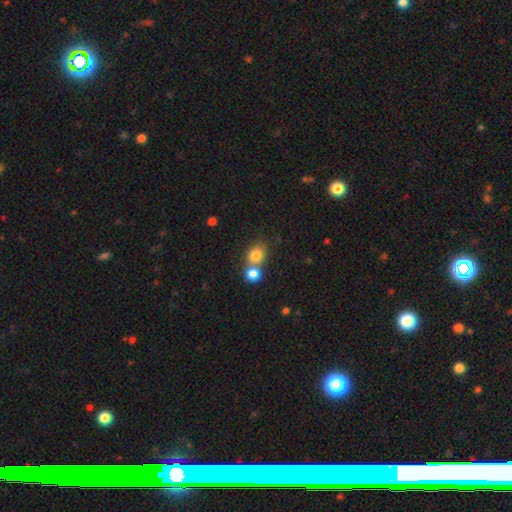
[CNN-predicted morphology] Overall: smooth (80%). How rounded: round (67%; in between 32%). Merging: merger (49%; none 41%).